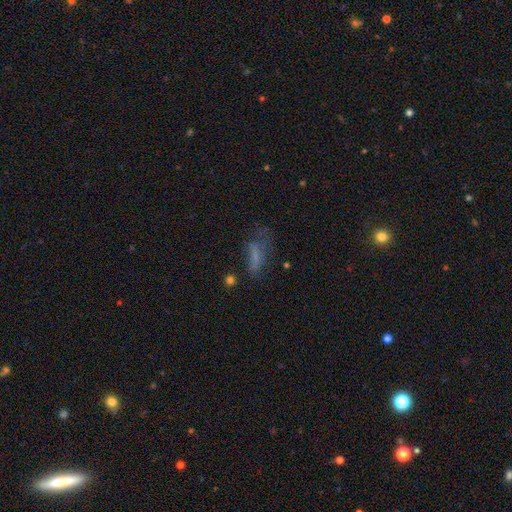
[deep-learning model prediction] The model was most divided on "how rounded": in between: 50%, cigar-shaped: 46%, round: 4%. Remaining: smooth or featured — smooth (58%); merging — none (38%).